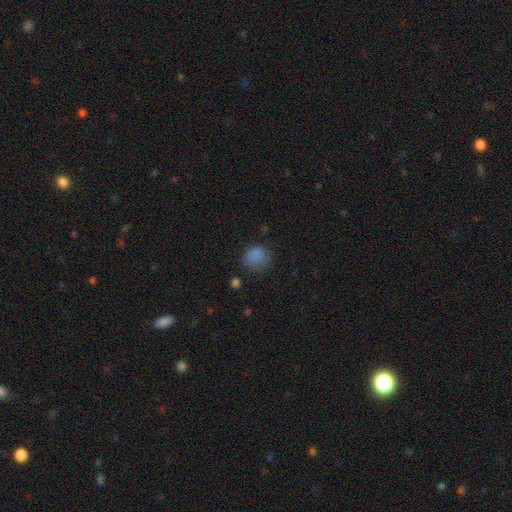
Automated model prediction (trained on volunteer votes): Q: Smooth or featured?
A: smooth (82%); runner-up: star or artifact (12%)
Q: How rounded?
A: round (74%); runner-up: in between (25%)
Q: Merging?
A: none (63%); runner-up: minor disturbance (24%)